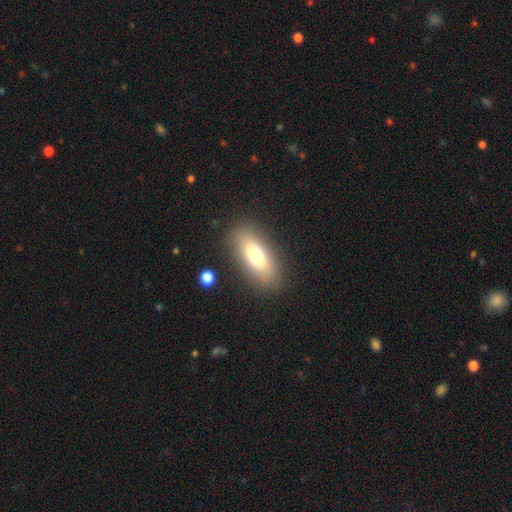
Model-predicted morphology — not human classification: Q: Smooth or featured?
A: smooth (72%); runner-up: featured or disk (20%)
Q: How rounded?
A: in between (77%); runner-up: cigar-shaped (19%)
Q: Merging?
A: none (85%); runner-up: minor disturbance (10%)